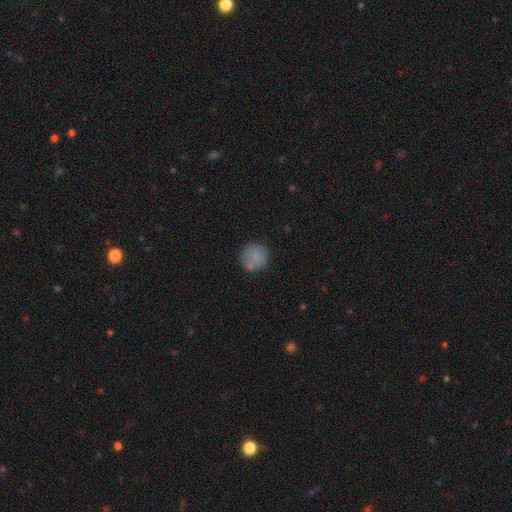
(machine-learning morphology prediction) type=smooth (79%); roundness=round (93%); merging=none (69%).